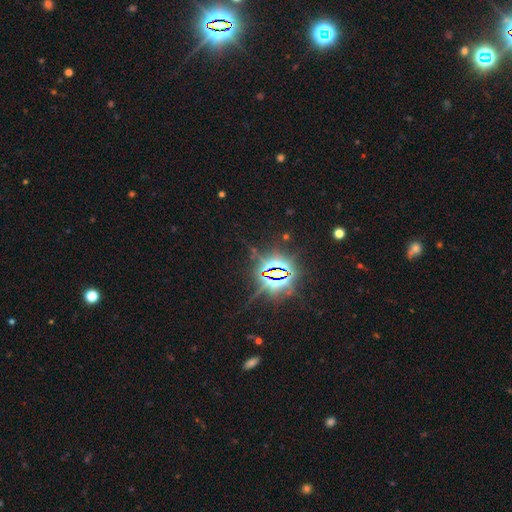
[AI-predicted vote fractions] star or artifact 86%, smooth 8%, featured or disk 7%.